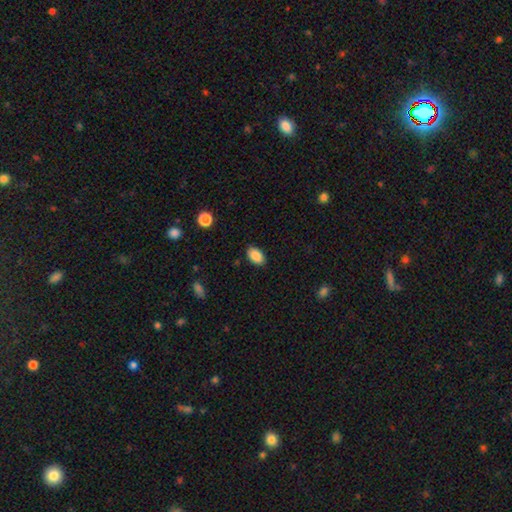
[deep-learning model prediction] smooth-or-featured: smooth: 88% | star or artifact: 8% | featured or disk: 4%
  how-rounded: in between: 90% | round: 8% | cigar-shaped: 1%
  merging: none: 86% | minor disturbance: 11% | major disturbance: 2% | merger: 1%